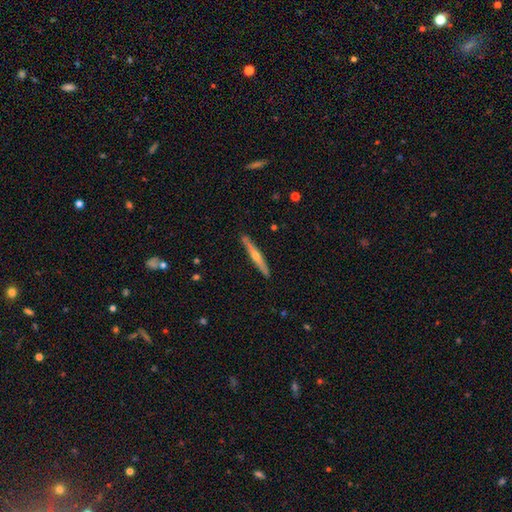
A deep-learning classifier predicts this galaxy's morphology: Overall: featured or disk (68%). Edge-on disk: yes (97%). Edge-on bulge: rounded (86%). Merging: none (90%).